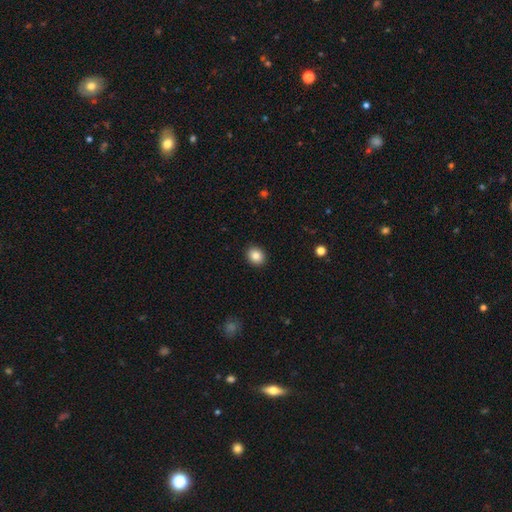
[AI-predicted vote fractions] Overall: smooth (86%). How rounded: round (65%; in between 34%). Merging: none (92%).